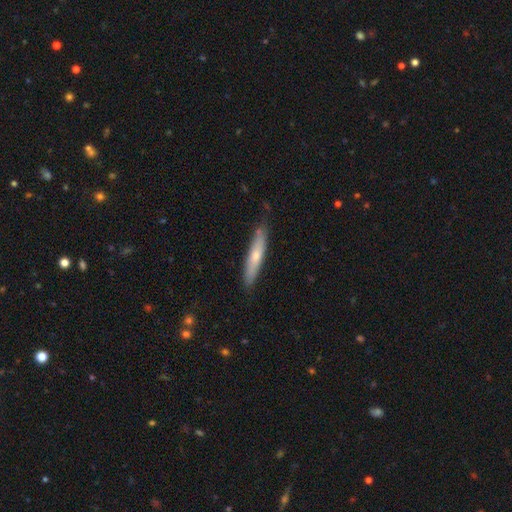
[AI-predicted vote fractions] Q: Smooth or featured?
A: smooth (57%); runner-up: featured or disk (37%)
Q: How rounded?
A: cigar-shaped (89%); runner-up: in between (10%)
Q: Merging?
A: none (82%); runner-up: minor disturbance (14%)